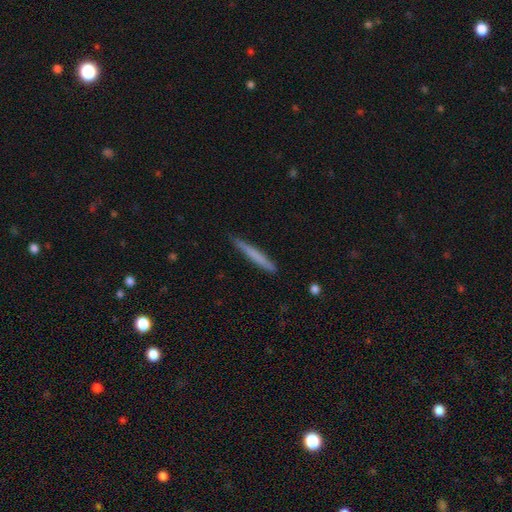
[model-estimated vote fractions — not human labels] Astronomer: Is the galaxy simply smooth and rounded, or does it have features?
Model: smooth — 66%.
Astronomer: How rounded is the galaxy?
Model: cigar-shaped — 97%.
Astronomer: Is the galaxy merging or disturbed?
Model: none — 86%.